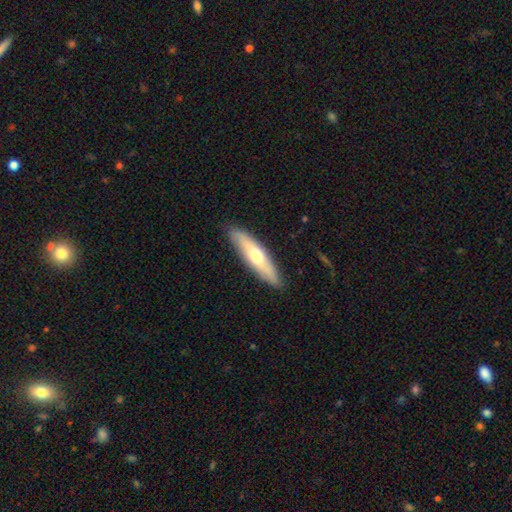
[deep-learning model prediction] Smooth or featured? smooth (53%)
How rounded? cigar-shaped (70%)
Merging? none (87%)